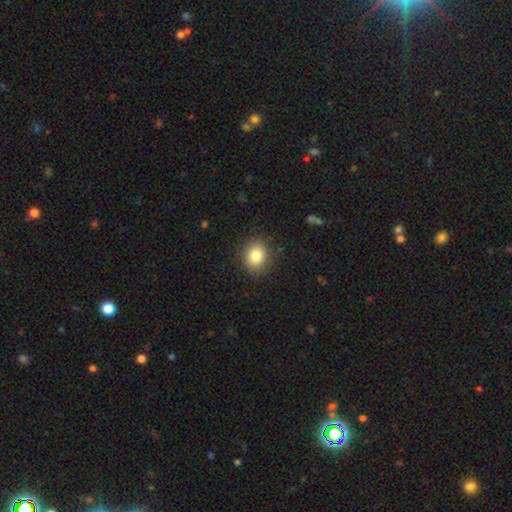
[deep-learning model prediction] smooth-or-featured: smooth: 84% | star or artifact: 10% | featured or disk: 7%
  how-rounded: round: 68% | in between: 31% | cigar-shaped: 1%
  merging: none: 88% | minor disturbance: 9% | major disturbance: 3% | merger: 1%